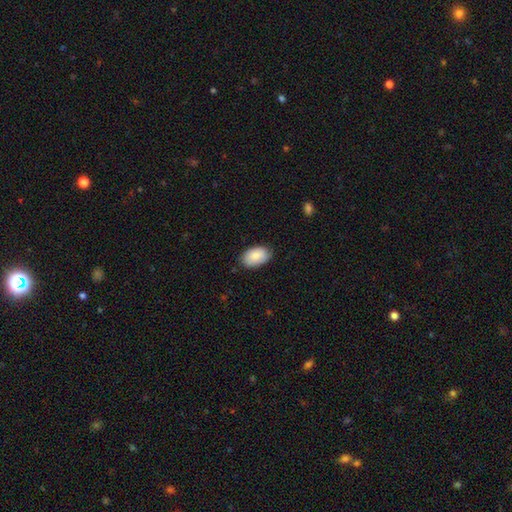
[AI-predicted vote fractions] Morphology: type=smooth (84%); roundness=in between (93%); merging=none (82%).